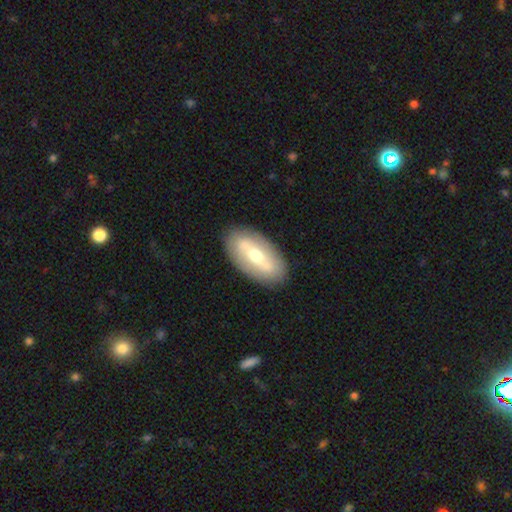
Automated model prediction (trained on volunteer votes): The model was most divided on "smooth or featured": featured or disk: 56%, smooth: 39%, star or artifact: 5%. More confident: merging — none (85%); edge-on disk — no (82%).